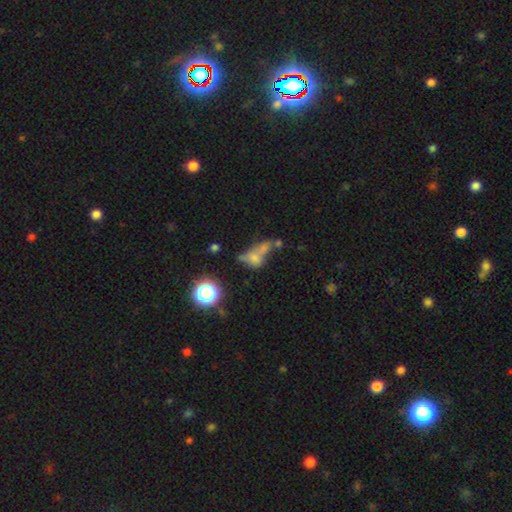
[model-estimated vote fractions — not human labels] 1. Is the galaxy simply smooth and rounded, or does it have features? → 49% smooth, 29% featured or disk, 22% star or artifact.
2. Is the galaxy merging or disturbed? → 44% merger, 24% none, 19% major disturbance, 13% minor disturbance.